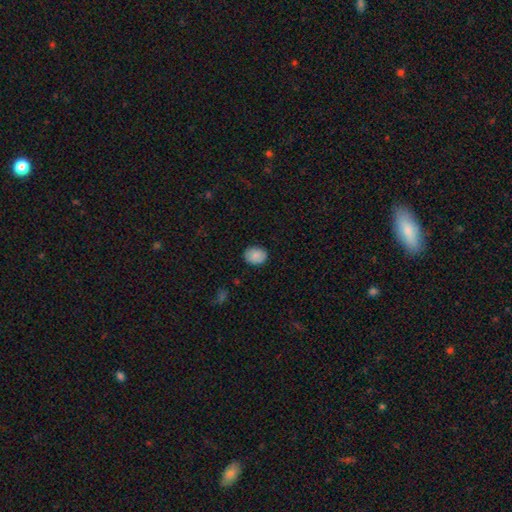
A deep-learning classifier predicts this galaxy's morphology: This appears to be a smooth galaxy with no disk features (84%) that is in between round and cigar-shaped (54%). Merging: none (85%).